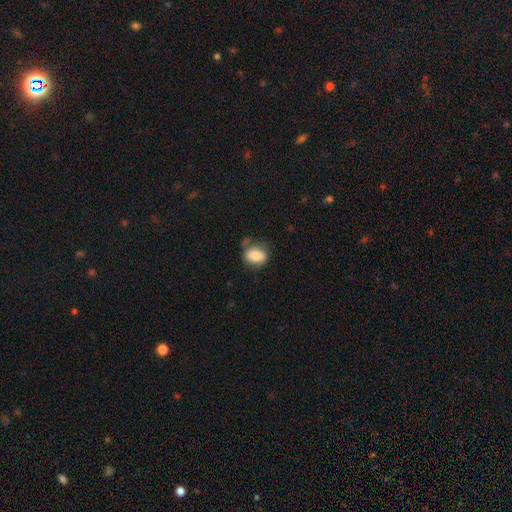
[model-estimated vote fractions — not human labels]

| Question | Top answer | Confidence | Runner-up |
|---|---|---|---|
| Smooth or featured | smooth | 80% | featured or disk (12%) |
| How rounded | in between | 67% | round (31%) |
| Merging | none | 60% | minor disturbance (25%) |